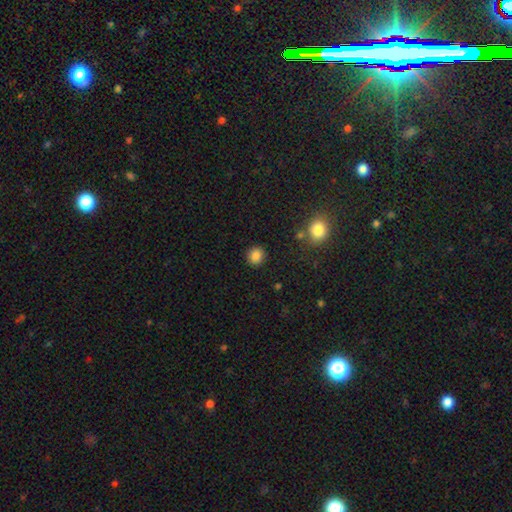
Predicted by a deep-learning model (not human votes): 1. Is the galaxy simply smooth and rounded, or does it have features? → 86% smooth, 10% star or artifact, 4% featured or disk.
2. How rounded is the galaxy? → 84% round, 15% in between, 1% cigar-shaped.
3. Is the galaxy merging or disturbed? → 89% none, 7% minor disturbance, 2% major disturbance, 2% merger.